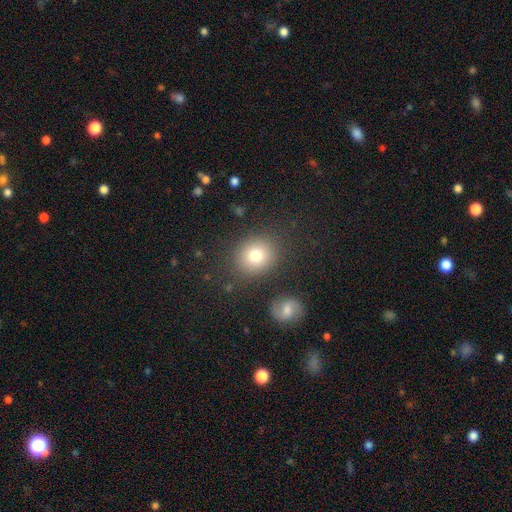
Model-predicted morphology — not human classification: A smooth galaxy with no disk features (79%) that is round (74%).

Vote fractions:
- Smooth or featured? smooth: 79% / star or artifact: 11% / featured or disk: 10%
- How rounded? round: 74% / in between: 25% / cigar-shaped: 1%
- Merging? none: 83% / minor disturbance: 10% / merger: 4% / major disturbance: 4%